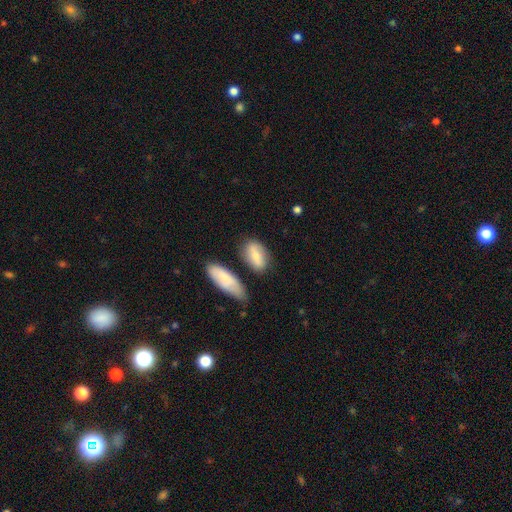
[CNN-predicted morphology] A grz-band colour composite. It shows a smooth galaxy with no disk features (73%) that is in between round and cigar-shaped (83%). Merging: none (68%).